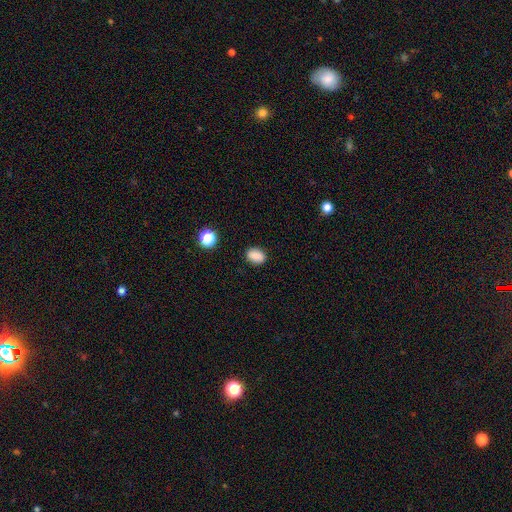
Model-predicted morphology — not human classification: type=smooth (86%); roundness=in between (76%); merging=none (85%).